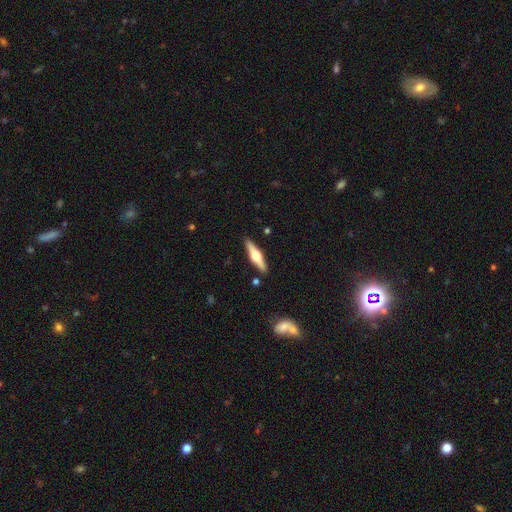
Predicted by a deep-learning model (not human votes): Smooth or featured?
  - featured or disk: 68% *
  - smooth: 27%
  - star or artifact: 5%
Edge-on disk?
  - yes: 97% *
  - no: 3%
Edge-on bulge?
  - rounded: 95% *
  - boxy: 4%
  - none: 2%
Merging?
  - none: 89% *
  - minor disturbance: 7%
  - merger: 2%
  - major disturbance: 2%